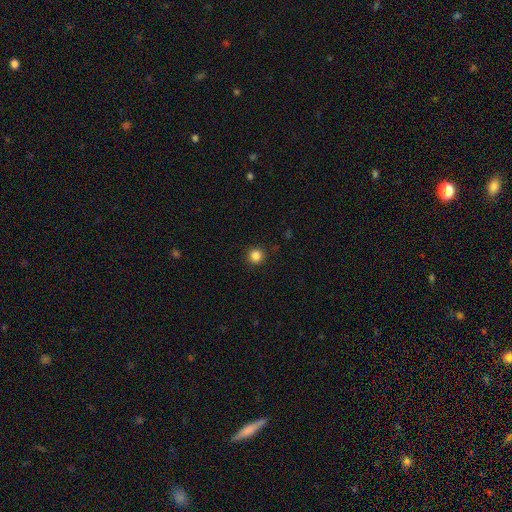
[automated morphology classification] smooth-or-featured: smooth: 84% | star or artifact: 12% | featured or disk: 4%
  how-rounded: round: 95% | in between: 4% | cigar-shaped: 1%
  merging: none: 92% | minor disturbance: 5% | major disturbance: 2% | merger: 1%